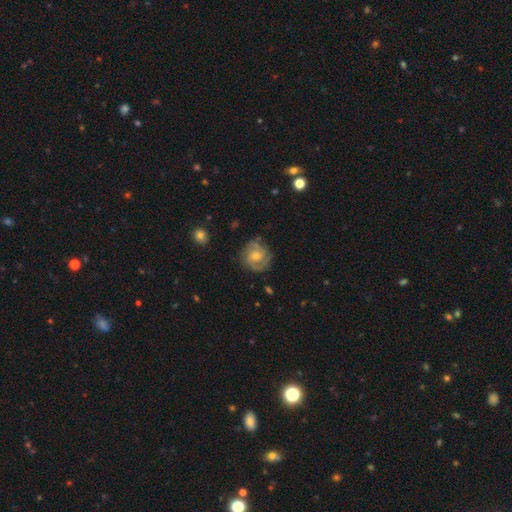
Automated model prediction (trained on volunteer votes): smooth-or-featured: featured or disk: 75% | smooth: 18% | star or artifact: 7%
  disk-edge-on: no: 98% | yes: 2%
    bar: no: 52% | weak: 40% | strong: 8%
    has-spiral-arms: yes: 92% | no: 8%
      spiral-winding: tight: 53% | medium: 37% | loose: 10%
      spiral-arm-count: 2: 62% | can't tell: 18% | 3: 11% | 1: 4% | 4: 3% | more than 4: 2%
    bulge-size: moderate: 55% | small: 39% | large: 3% | none: 2% | dominant: 1%
  merging: none: 78% | minor disturbance: 15% | major disturbance: 5% | merger: 1%